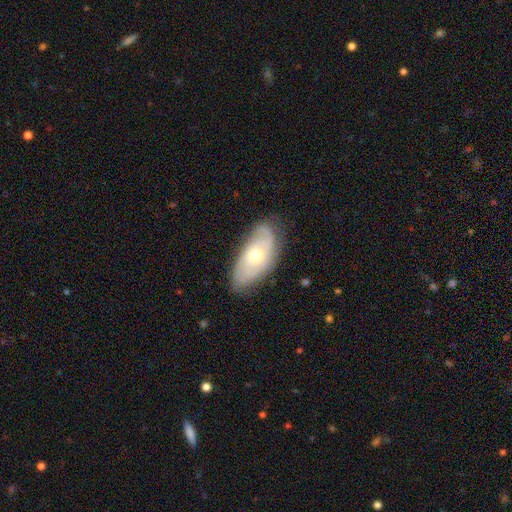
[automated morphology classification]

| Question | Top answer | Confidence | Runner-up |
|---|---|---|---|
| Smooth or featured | featured or disk | 71% | smooth (23%) |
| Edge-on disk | no | 90% | yes (10%) |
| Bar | no | 78% | weak (18%) |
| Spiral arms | yes | 85% | no (15%) |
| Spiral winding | tight | 61% | medium (29%) |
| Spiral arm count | can't tell | 39% | 2 (37%) |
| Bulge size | moderate | 69% | small (25%) |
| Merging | none | 76% | minor disturbance (18%) |